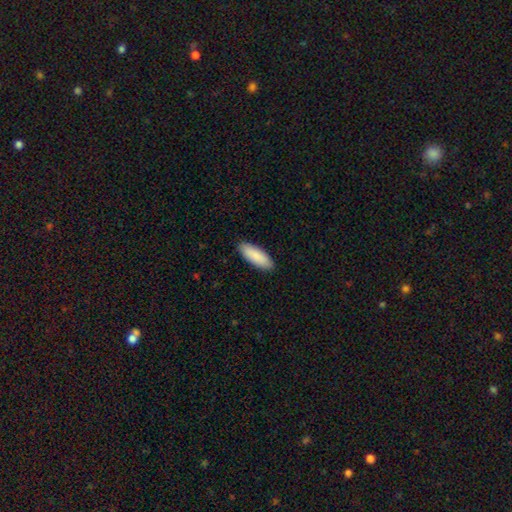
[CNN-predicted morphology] Smooth or featured? smooth (90%)
How rounded? in between (70%)
Merging? none (90%)